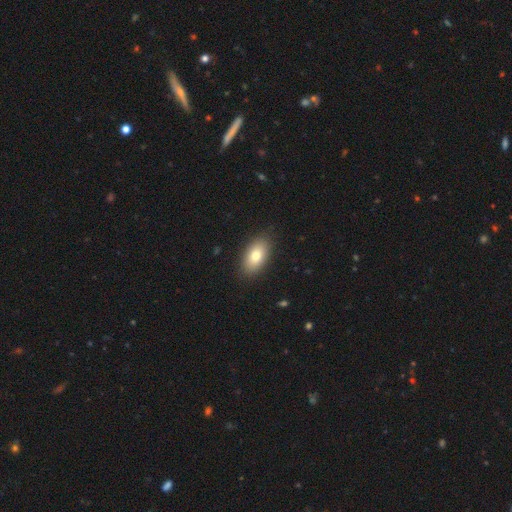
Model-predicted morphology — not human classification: This appears to be a smooth galaxy with no disk features (80%) that is in between round and cigar-shaped (93%). Merging: none (88%).